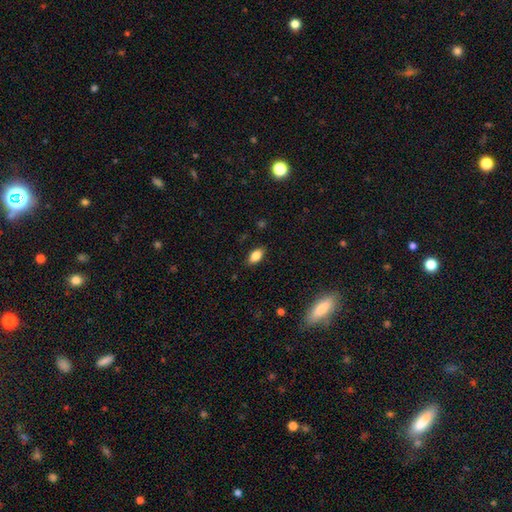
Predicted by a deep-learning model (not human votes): smooth-or-featured: smooth: 84% | star or artifact: 9% | featured or disk: 7%
  how-rounded: in between: 90% | round: 5% | cigar-shaped: 4%
  merging: none: 86% | minor disturbance: 10% | major disturbance: 2% | merger: 1%